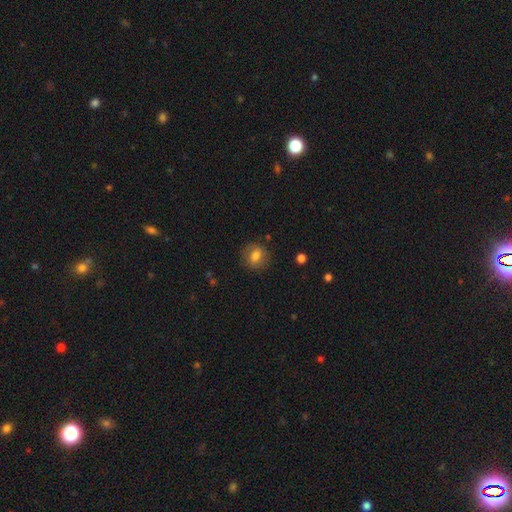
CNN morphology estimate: smooth-or-featured: smooth: 72% | featured or disk: 19% | star or artifact: 9%
  how-rounded: round: 64% | in between: 34% | cigar-shaped: 1%
  merging: none: 82% | minor disturbance: 12% | major disturbance: 4% | merger: 1%